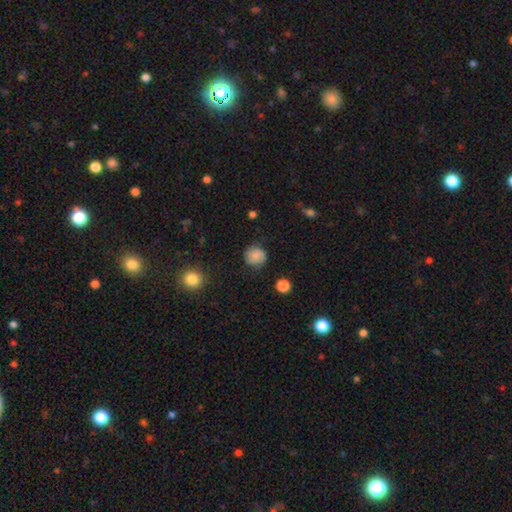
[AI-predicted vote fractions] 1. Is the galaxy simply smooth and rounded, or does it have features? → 78% smooth, 13% featured or disk, 9% star or artifact.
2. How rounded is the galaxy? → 89% round, 10% in between, 1% cigar-shaped.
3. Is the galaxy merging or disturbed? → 78% none, 16% minor disturbance, 4% major disturbance, 1% merger.